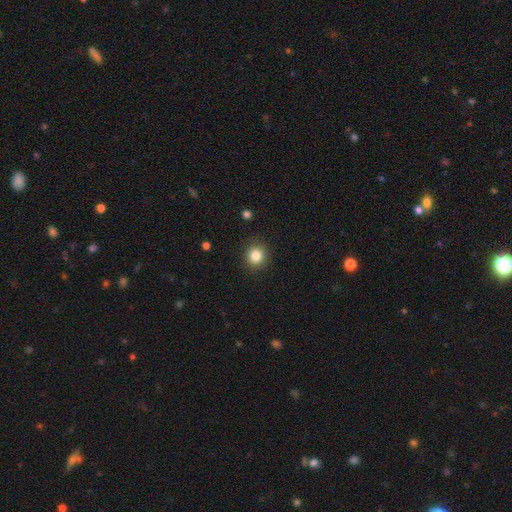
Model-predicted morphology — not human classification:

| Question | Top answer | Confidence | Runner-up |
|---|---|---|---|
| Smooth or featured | smooth | 84% | star or artifact (11%) |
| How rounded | round | 88% | in between (11%) |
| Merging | none | 89% | minor disturbance (7%) |